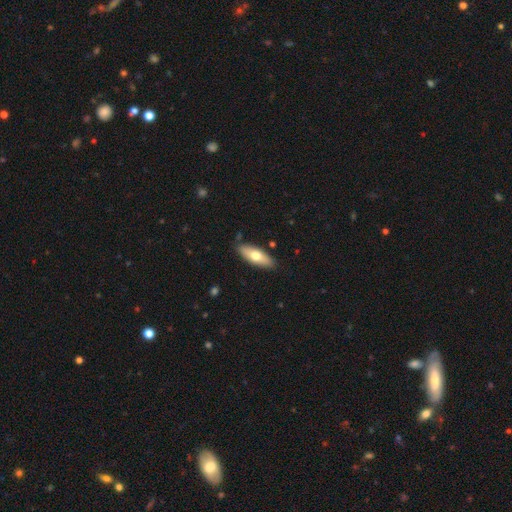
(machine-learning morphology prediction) Overall: smooth (64%; featured or disk 30%). How rounded: in between (67%; cigar-shaped 30%). Merging: none (86%).